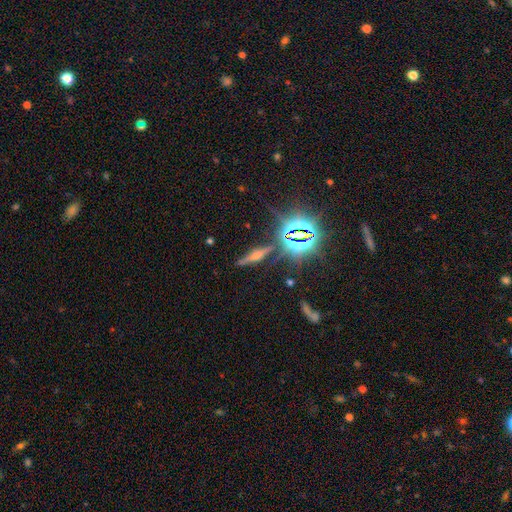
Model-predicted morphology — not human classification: Smooth or featured? featured or disk (50%)
Edge-on disk? yes (91%)
Merging? none (82%)